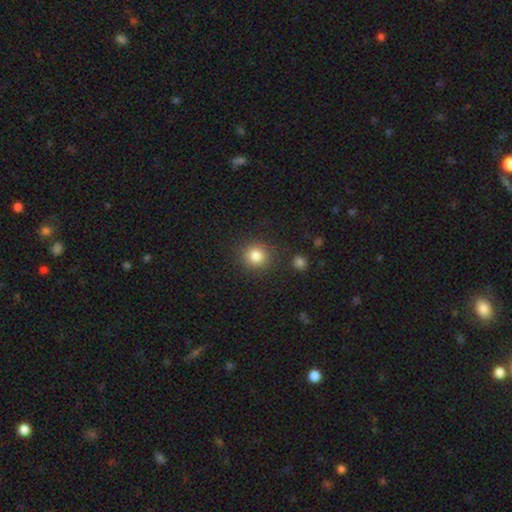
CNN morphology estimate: This appears to be a smooth galaxy with no disk features (83%) that is round (91%). Merging: none (87%).